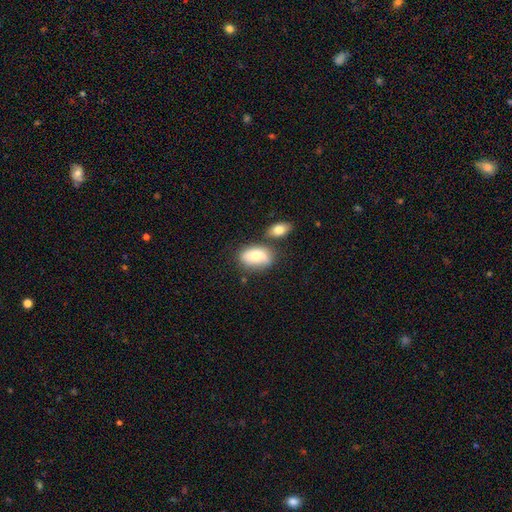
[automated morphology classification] Overall: smooth (68%). How rounded: in between (88%). Merging: none (54%; merger 21%).